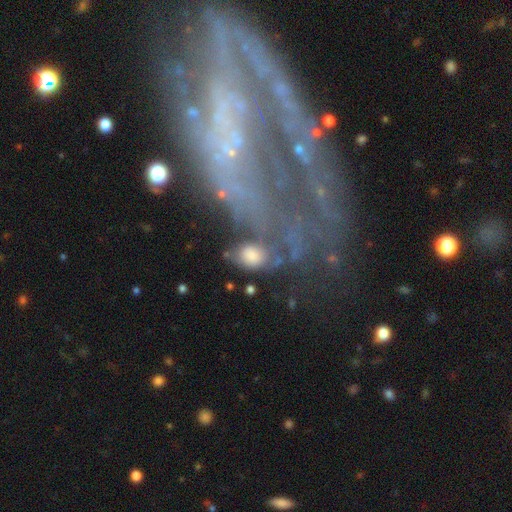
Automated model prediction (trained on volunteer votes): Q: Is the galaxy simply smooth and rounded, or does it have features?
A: smooth — 56%.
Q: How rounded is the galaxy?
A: in between — 72%.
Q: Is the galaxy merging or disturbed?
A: none — 46%.